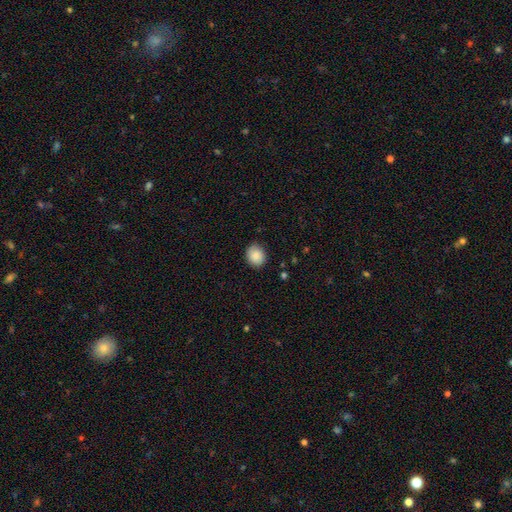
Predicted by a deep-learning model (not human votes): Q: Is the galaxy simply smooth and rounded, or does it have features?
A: smooth — 88%.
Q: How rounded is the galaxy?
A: round — 65%.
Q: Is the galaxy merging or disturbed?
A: none — 83%.